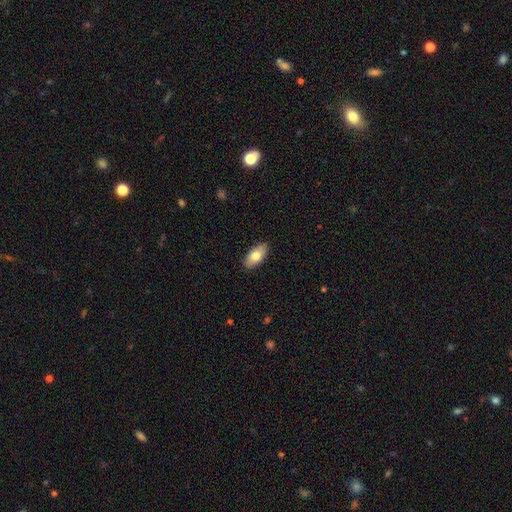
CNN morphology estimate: Smooth or featured: smooth — 76% (featured or disk — 18%)
How rounded: in between — 91% (cigar-shaped — 6%)
Merging: none — 89% (minor disturbance — 8%)